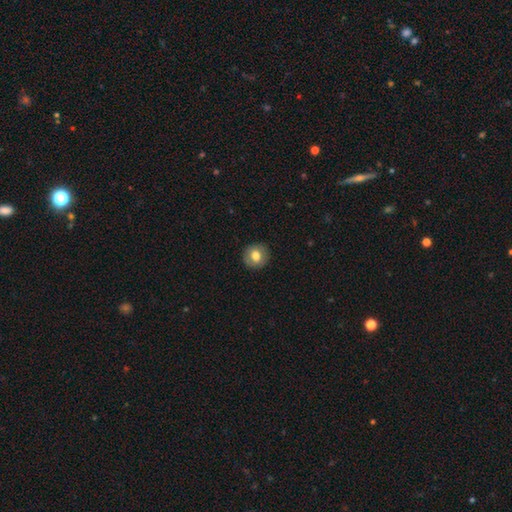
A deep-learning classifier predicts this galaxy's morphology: smooth 74%, featured or disk 17%, star or artifact 8%. Down the decision tree: how rounded — round (90%); merging — none (89%).